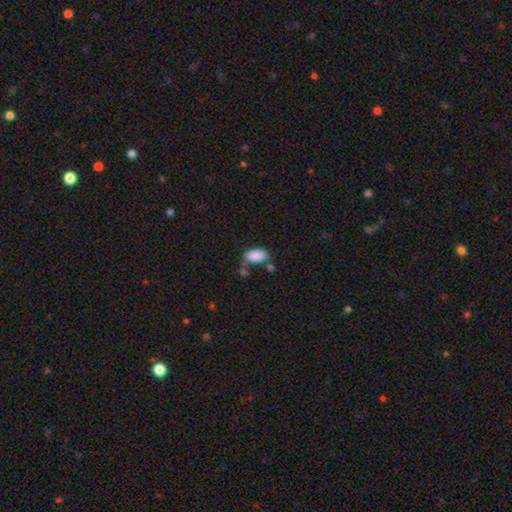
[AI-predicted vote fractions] The model was most divided on "merging": none: 64%, minor disturbance: 17%, merger: 14%, major disturbance: 5%. More confident: how rounded — in between (94%); smooth or featured — smooth (88%).